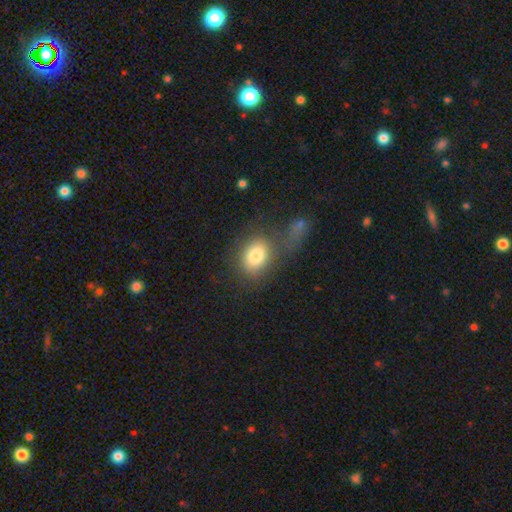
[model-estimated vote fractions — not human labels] The model was most divided on "how rounded": in between: 62%, round: 37%, cigar-shaped: 1%. More confident: smooth or featured — smooth (80%); merging — none (51%).